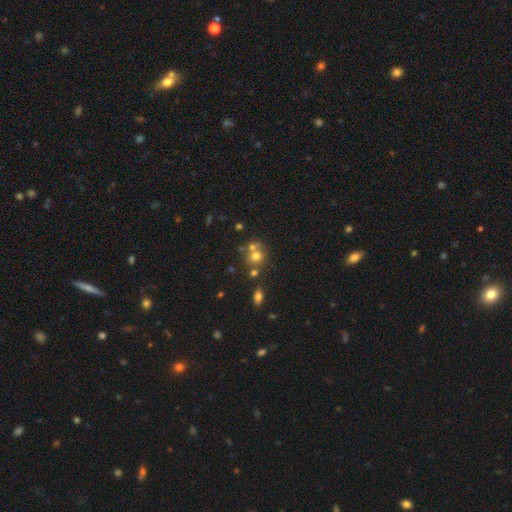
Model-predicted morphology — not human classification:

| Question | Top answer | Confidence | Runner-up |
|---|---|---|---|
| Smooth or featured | smooth | 65% | star or artifact (18%) |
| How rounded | round | 80% | in between (19%) |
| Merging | none | 48% | merger (38%) |